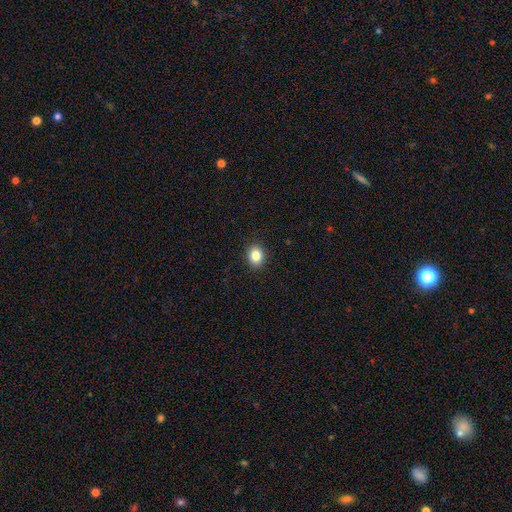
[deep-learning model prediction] The model was most divided on "how rounded": round: 51%, in between: 48%, cigar-shaped: 1%. More confident: merging — none (91%); smooth or featured — smooth (84%).